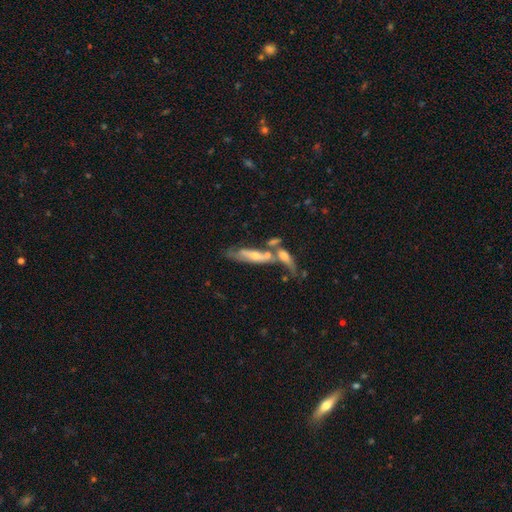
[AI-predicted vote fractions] Smooth or featured? featured or disk (54%)
Edge-on disk? yes (64%)
Merging? none (41%)